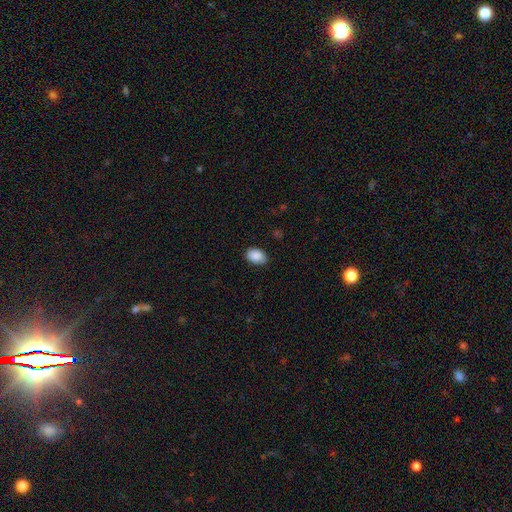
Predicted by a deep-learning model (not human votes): Smooth or featured: smooth — 90% (star or artifact — 7%)
How rounded: in between — 84% (round — 15%)
Merging: none — 84% (minor disturbance — 13%)